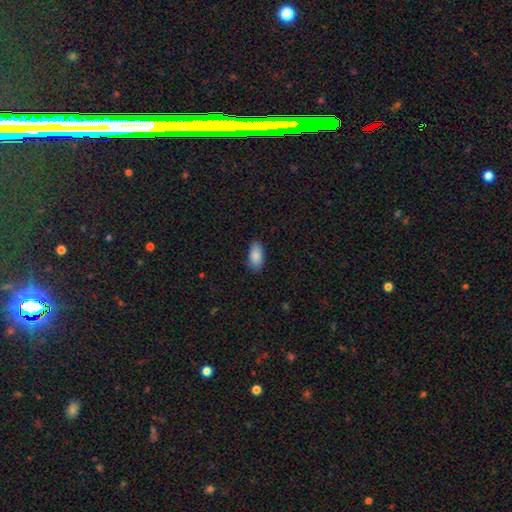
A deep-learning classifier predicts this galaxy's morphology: Smooth or featured? Predicted: smooth (p=0.87). How rounded? Predicted: in between (p=0.92). Merging? Predicted: none (p=0.82).